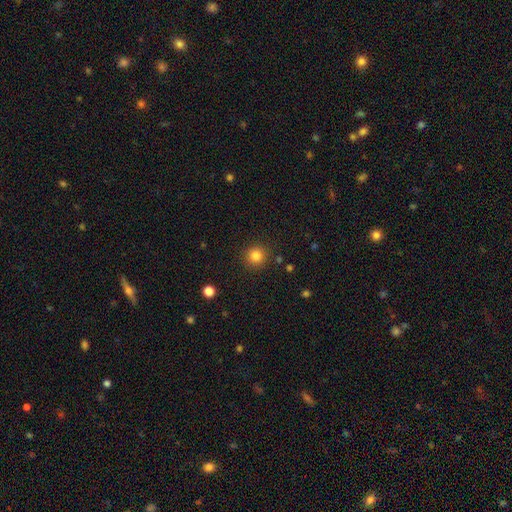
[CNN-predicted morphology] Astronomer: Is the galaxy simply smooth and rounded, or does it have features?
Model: smooth — 83%.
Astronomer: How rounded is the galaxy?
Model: round — 93%.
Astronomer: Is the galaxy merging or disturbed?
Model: none — 89%.